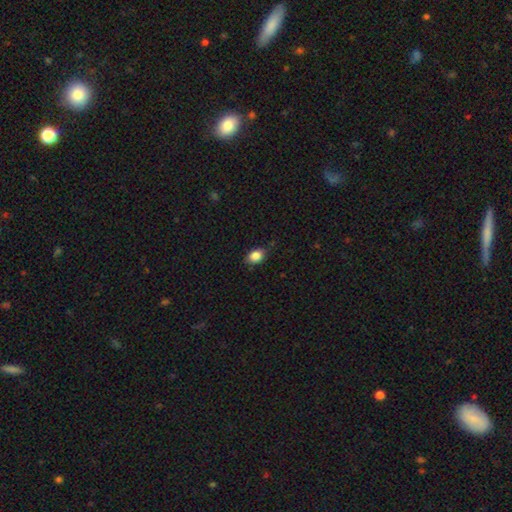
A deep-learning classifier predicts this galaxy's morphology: Smooth or featured?
  - smooth: 86% *
  - star or artifact: 9%
  - featured or disk: 5%
How rounded?
  - in between: 76% *
  - round: 23%
  - cigar-shaped: 1%
Merging?
  - none: 81% *
  - minor disturbance: 15%
  - major disturbance: 3%
  - merger: 1%